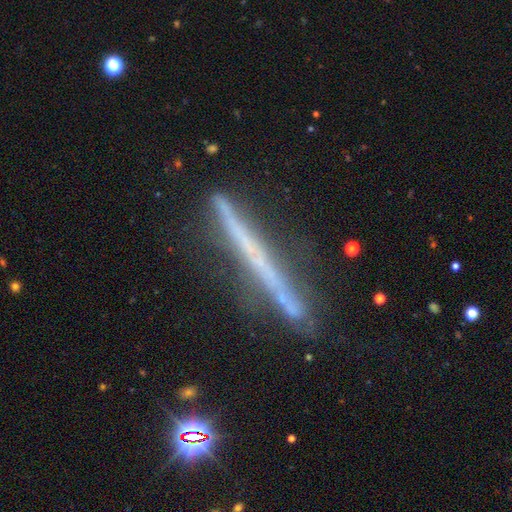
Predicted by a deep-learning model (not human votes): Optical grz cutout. It shows a featured or disk galaxy (65%) viewed edge-on (97%) with no central bulge (93%). Merging: none (85%).